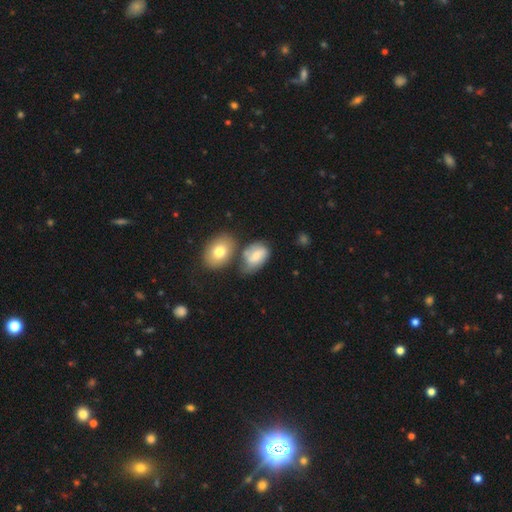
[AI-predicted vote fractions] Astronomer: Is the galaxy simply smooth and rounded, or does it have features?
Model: smooth — 62%.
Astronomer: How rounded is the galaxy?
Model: in between — 85%.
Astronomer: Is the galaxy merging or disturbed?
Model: none — 42% (runner-up: merger, 25%).